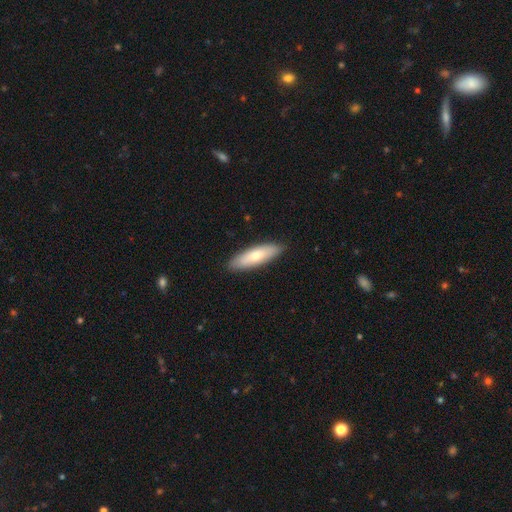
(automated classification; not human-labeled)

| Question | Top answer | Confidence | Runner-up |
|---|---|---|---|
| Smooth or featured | smooth | 68% | featured or disk (27%) |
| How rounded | cigar-shaped | 50% | in between (48%) |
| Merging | none | 88% | minor disturbance (9%) |